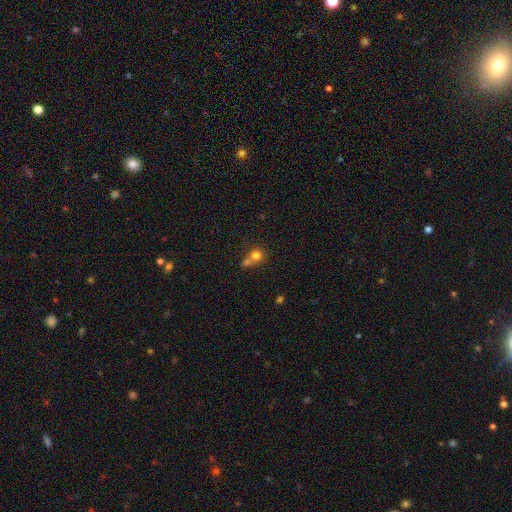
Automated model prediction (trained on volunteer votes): smooth 75%, featured or disk 13%, star or artifact 12%. Down the decision tree: how rounded — round (78%); merging — merger (46%).